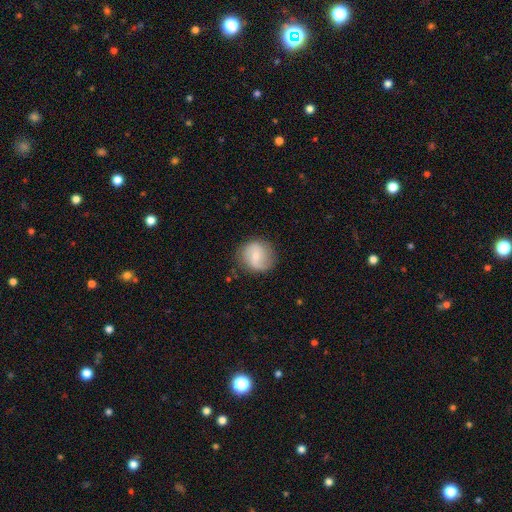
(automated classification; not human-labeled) A featured or disk galaxy (51%). Merging: none (80%).